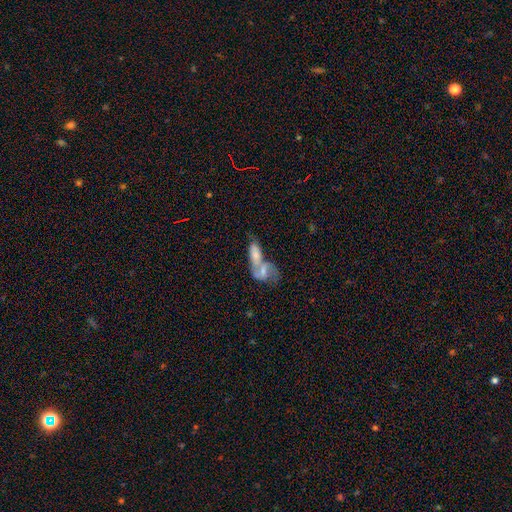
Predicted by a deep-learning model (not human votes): Q: Smooth or featured?
A: featured or disk (55%); runner-up: smooth (34%)
Q: Edge-on disk?
A: no (88%); runner-up: yes (12%)
Q: Merging?
A: merger (69%); runner-up: none (17%)